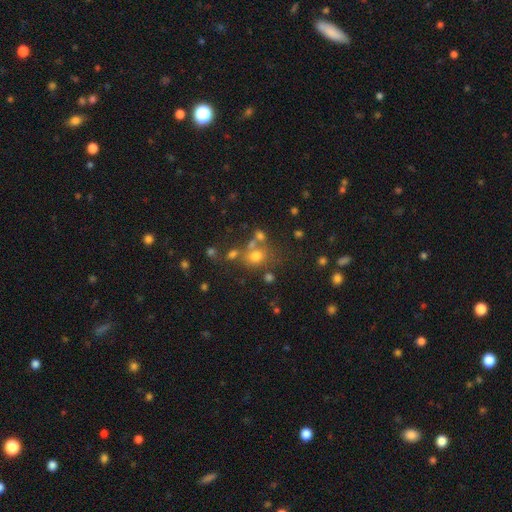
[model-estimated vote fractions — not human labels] Morphology: type=smooth (64%); roundness=round (71%); merging=none (58%).